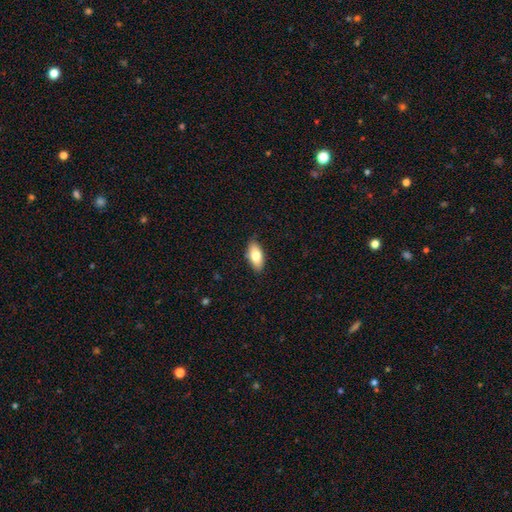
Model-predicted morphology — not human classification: smooth 77%, featured or disk 16%, star or artifact 7%. Down the decision tree: how rounded — in between (89%); merging — none (87%).